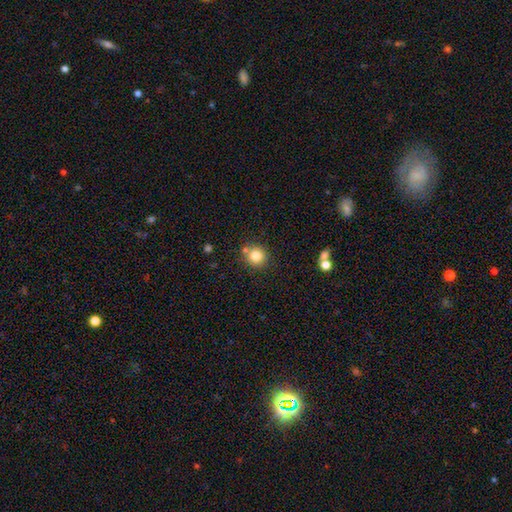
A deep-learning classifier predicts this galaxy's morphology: This appears to be a smooth galaxy with no disk features (81%) that is round (91%). Merging: none (76%).